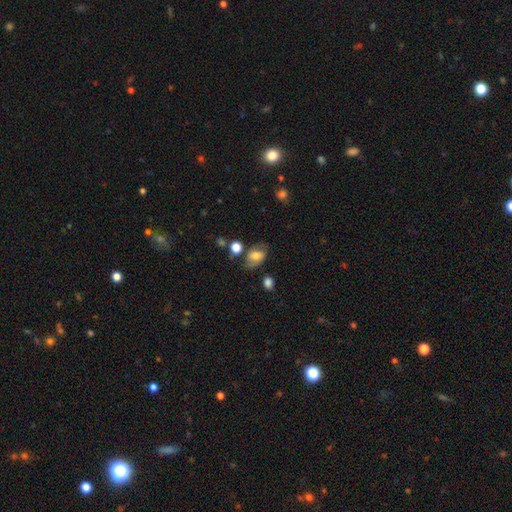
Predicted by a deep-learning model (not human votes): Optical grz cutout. It shows a smooth galaxy with no disk features (62%) that is in between round and cigar-shaped (78%). Merging: none (63%).